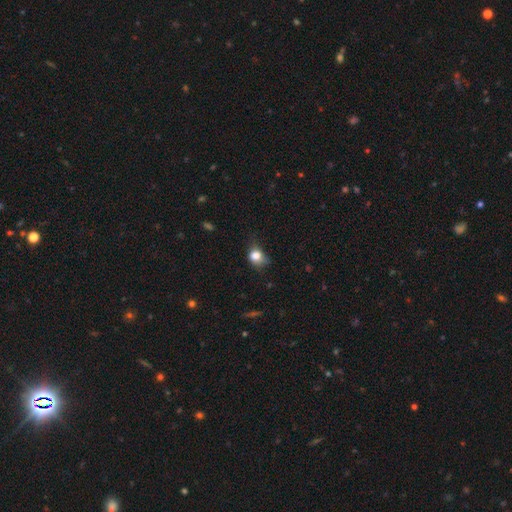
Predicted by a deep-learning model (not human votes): Morphology: type=smooth (78%); roundness=round (49%, tied with in between); merging=none (39%).